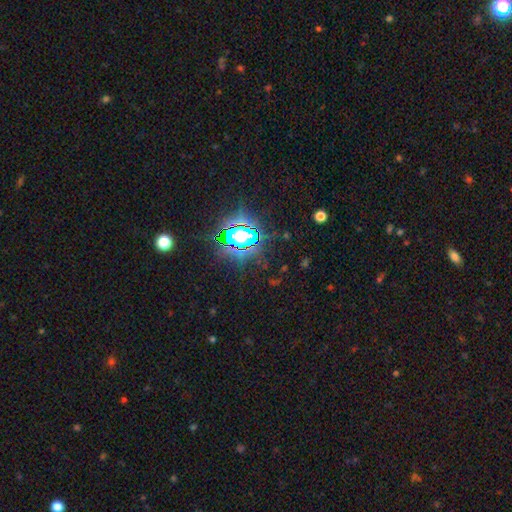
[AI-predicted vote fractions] Smooth or featured? Predicted: star or artifact (p=0.78).